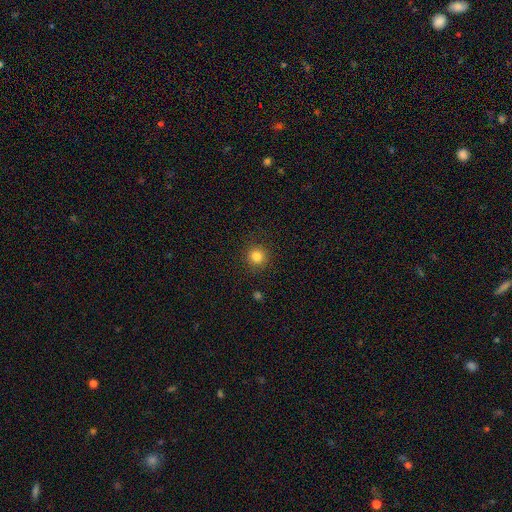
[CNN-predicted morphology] A smooth galaxy with no disk features (83%) that is round (93%). Merging: none (90%).